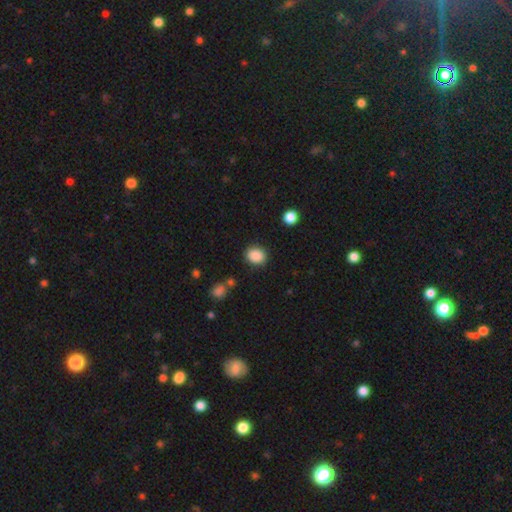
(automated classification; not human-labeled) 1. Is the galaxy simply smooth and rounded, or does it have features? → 88% smooth, 9% star or artifact, 3% featured or disk.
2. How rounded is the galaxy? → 60% round, 39% in between, 1% cigar-shaped.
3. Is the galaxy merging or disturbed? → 87% none, 9% minor disturbance, 3% major disturbance, 2% merger.